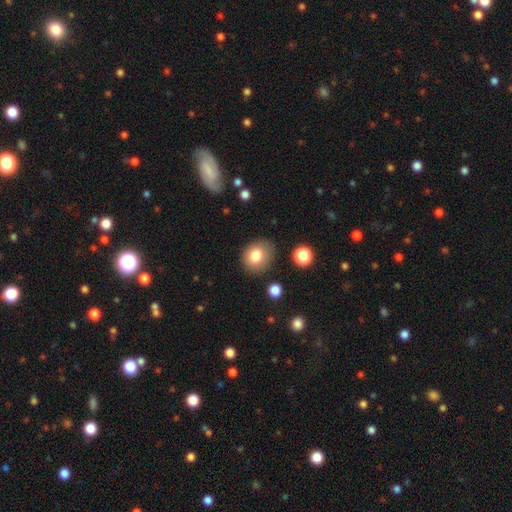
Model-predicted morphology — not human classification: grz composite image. It shows a smooth galaxy with no disk features (81%) that is round (64%). Merging: none (81%).